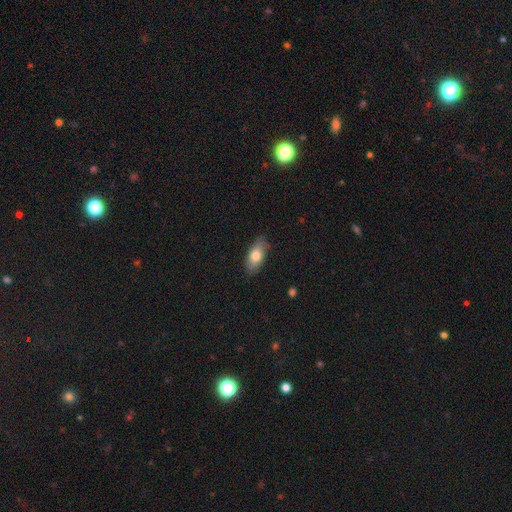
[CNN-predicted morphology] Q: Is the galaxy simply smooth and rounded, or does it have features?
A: smooth — 74%.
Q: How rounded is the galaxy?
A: in between — 86%.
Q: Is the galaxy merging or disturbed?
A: none — 82%.